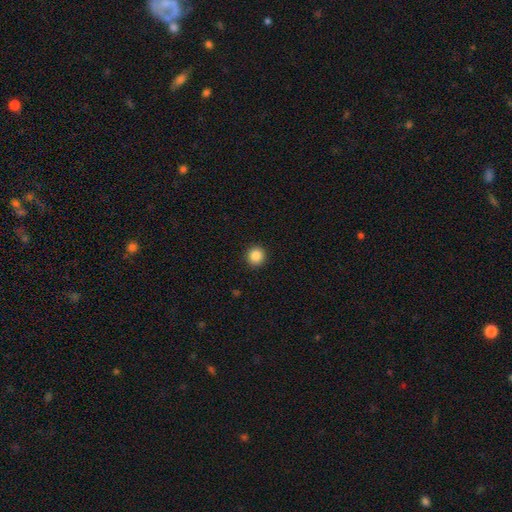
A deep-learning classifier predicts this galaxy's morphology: This is clearly a smooth galaxy (86%). How rounded: clearly round (93%). Merging: clearly none (93%).